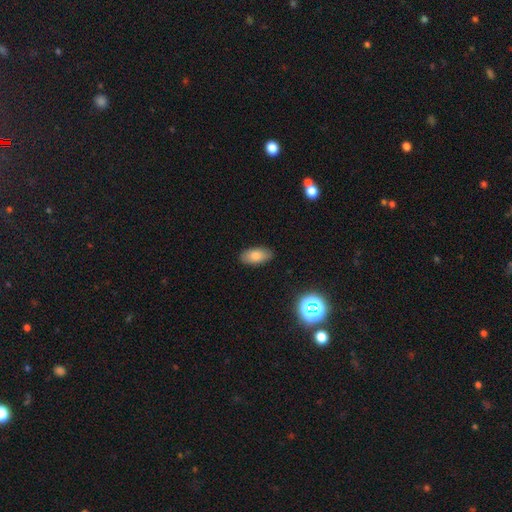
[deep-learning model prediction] This appears to be a smooth galaxy with no disk features (79%) that is in between round and cigar-shaped (92%). Merging: none (87%).